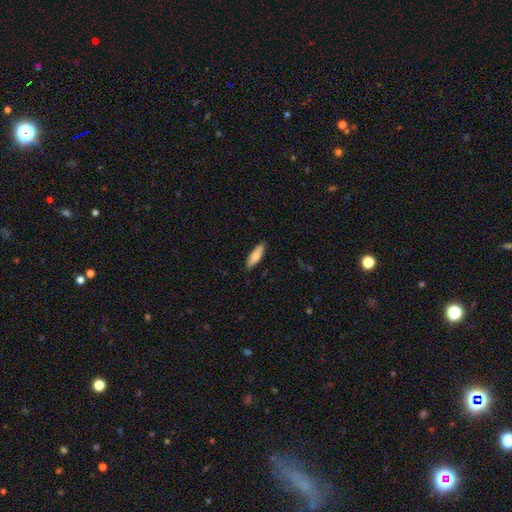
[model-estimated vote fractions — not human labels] smooth 80%, featured or disk 15%, star or artifact 6%. Down the decision tree: how rounded — cigar-shaped (51%); merging — none (86%).